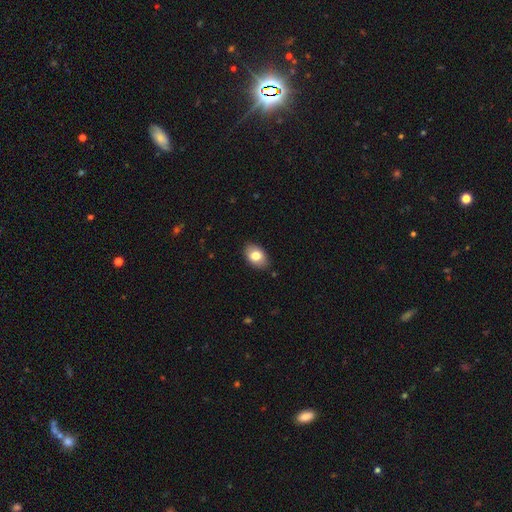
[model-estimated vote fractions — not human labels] Overall: smooth (78%). How rounded: in between (84%). Merging: none (86%).